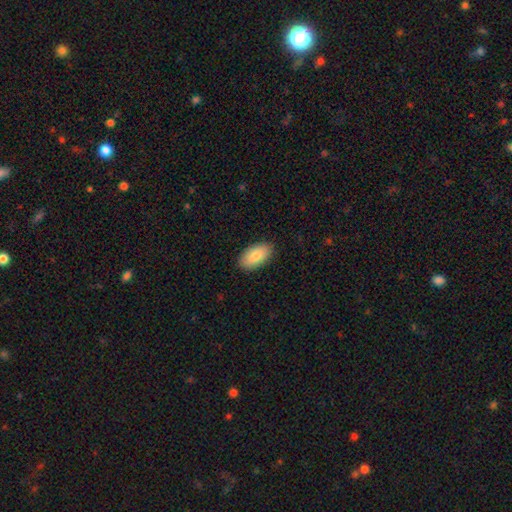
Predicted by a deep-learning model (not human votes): smooth 84%, featured or disk 10%, star or artifact 6%. Down the decision tree: how rounded — in between (95%); merging — none (89%).